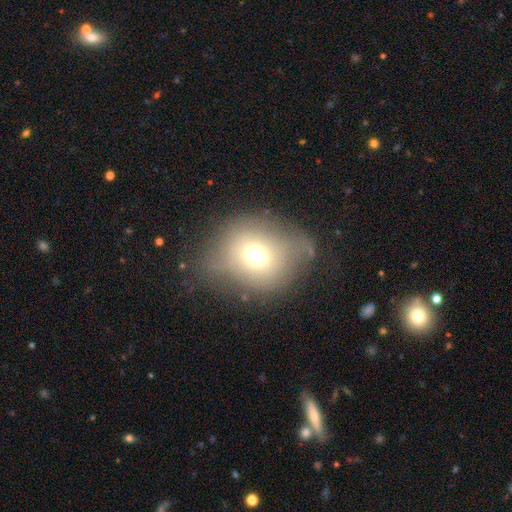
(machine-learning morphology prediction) Smooth or featured? Predicted: smooth (p=0.64). How rounded? Predicted: round (p=0.70). Merging? Predicted: none (p=0.53).